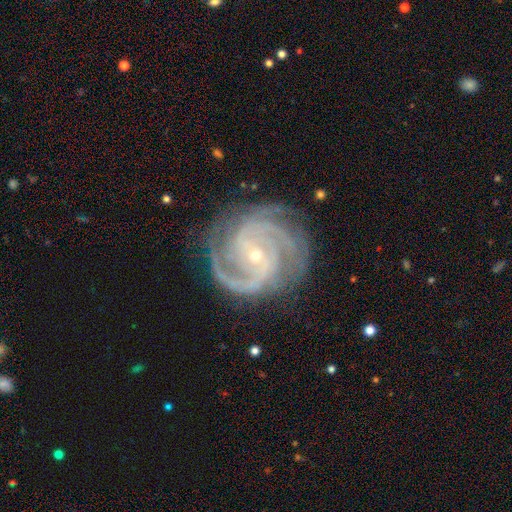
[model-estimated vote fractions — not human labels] Q: Smooth or featured?
A: featured or disk (92%); runner-up: star or artifact (5%)
Q: Edge-on disk?
A: no (98%); runner-up: yes (2%)
Q: Bar?
A: no (51%); runner-up: weak (33%)
Q: Spiral arms?
A: yes (99%); runner-up: no (1%)
Q: Spiral winding?
A: tight (58%); runner-up: medium (37%)
Q: Spiral arm count?
A: 3 (35%); runner-up: 2 (23%)
Q: Bulge size?
A: small (79%); runner-up: moderate (18%)
Q: Merging?
A: none (78%); runner-up: minor disturbance (15%)